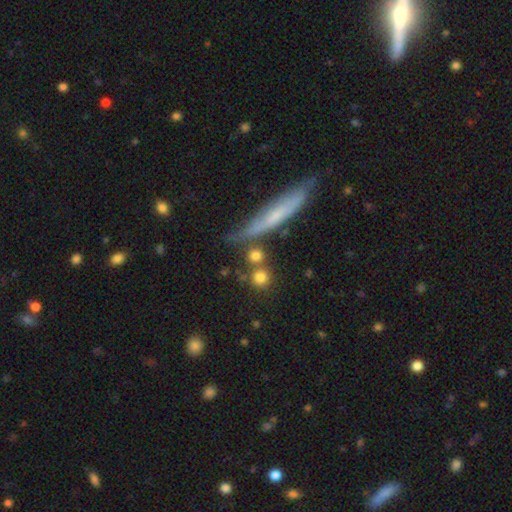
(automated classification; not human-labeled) Overall: smooth (76%). How rounded: round (84%). Merging: none (73%).